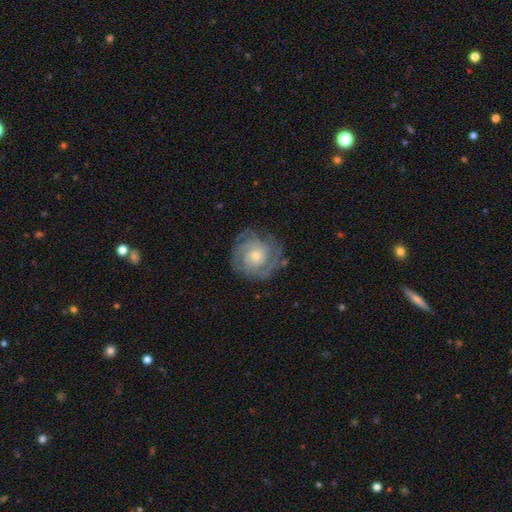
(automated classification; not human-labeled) A featured or disk galaxy (83%) with no bar (75%), 3 (29%) tight (71%) spiral arms (96%) and a small central bulge (50%).

Vote fractions:
- Smooth or featured? featured or disk: 83% / smooth: 11% / star or artifact: 6%
- Edge-on disk? no: 97% / yes: 3%
- Bar? no: 75% / weak: 20% / strong: 4%
- Spiral arms? yes: 96% / no: 4%
- Spiral winding? tight: 71% / medium: 24% / loose: 5%
- Spiral arm count? 3: 29% / can't tell: 26% / 2: 22% / 4: 13% / more than 4: 6% / 1: 6%
- Bulge size? small: 50% / moderate: 44% / large: 3% / none: 2% / dominant: 1%
- Merging? none: 79% / minor disturbance: 14% / major disturbance: 6% / merger: 1%